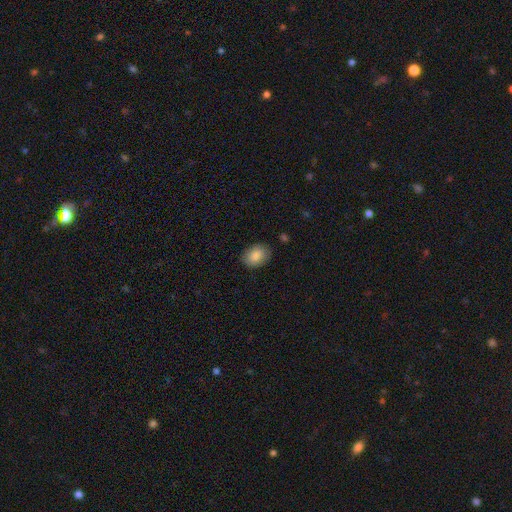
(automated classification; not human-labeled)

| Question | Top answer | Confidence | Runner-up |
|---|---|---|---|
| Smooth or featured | smooth | 87% | star or artifact (7%) |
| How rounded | in between | 76% | round (23%) |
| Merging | none | 84% | minor disturbance (12%) |